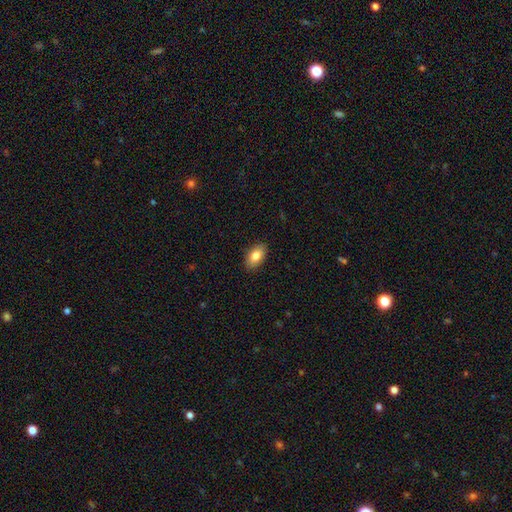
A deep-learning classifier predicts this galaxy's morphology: This appears to be a smooth galaxy with no disk features (84%) that is in between round and cigar-shaped (92%). Merging: none (88%).